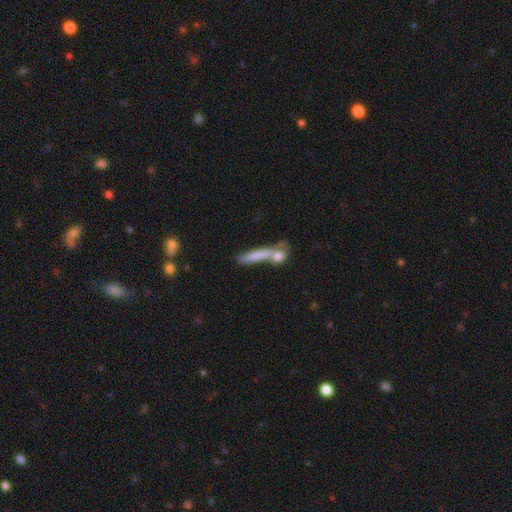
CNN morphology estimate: Q: Smooth or featured?
A: smooth (71%); runner-up: featured or disk (22%)
Q: How rounded?
A: cigar-shaped (76%); runner-up: in between (18%)
Q: Merging?
A: merger (41%); runner-up: none (40%)